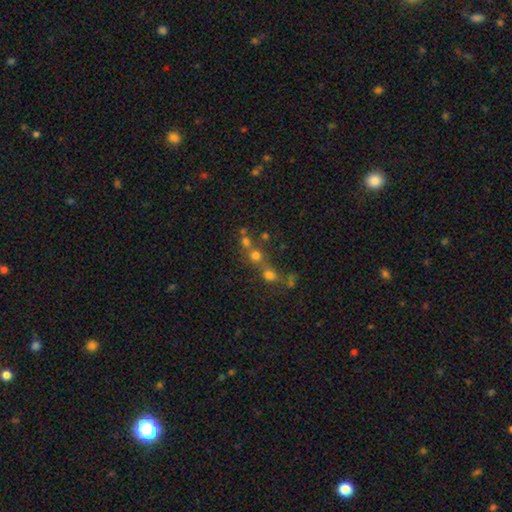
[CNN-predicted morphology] Q: Smooth or featured?
A: smooth (53%); runner-up: star or artifact (30%)
Q: How rounded?
A: round (86%); runner-up: in between (12%)
Q: Merging?
A: none (45%); runner-up: merger (44%)